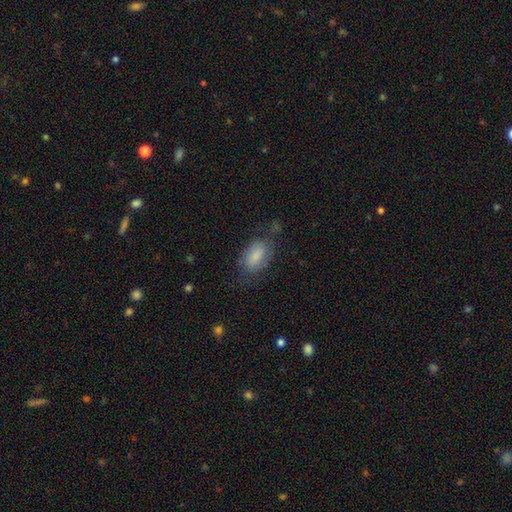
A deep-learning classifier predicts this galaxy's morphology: A smooth galaxy with no disk features (79%) that is in between round and cigar-shaped (92%).

Vote fractions:
- Smooth or featured? smooth: 79% / featured or disk: 14% / star or artifact: 7%
- How rounded? in between: 92% / round: 6% / cigar-shaped: 2%
- Merging? none: 64% / minor disturbance: 22% / major disturbance: 11% / merger: 2%